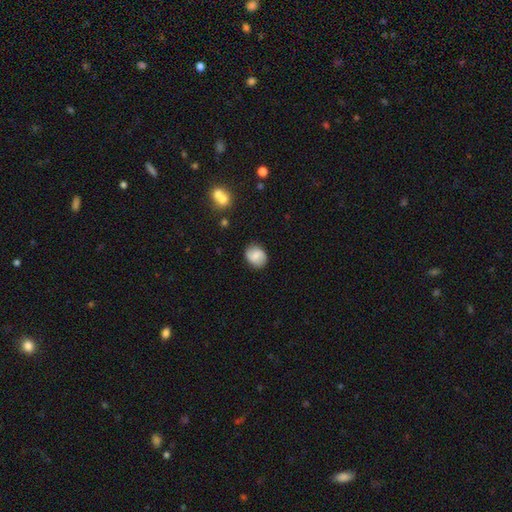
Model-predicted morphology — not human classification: Smooth or featured?
  - smooth: 55% *
  - featured or disk: 36%
  - star or artifact: 8%
How rounded?
  - round: 52% *
  - in between: 47%
  - cigar-shaped: 1%
Merging?
  - none: 81% *
  - minor disturbance: 14%
  - major disturbance: 3%
  - merger: 2%